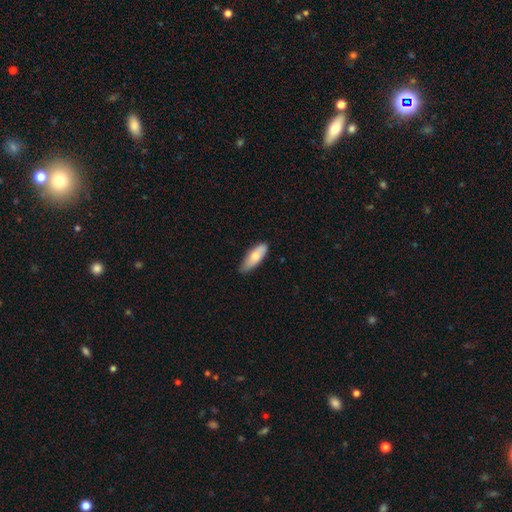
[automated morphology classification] smooth_or_featured: smooth (p=0.77) [alt: featured or disk p=0.18]
how_rounded: in between (p=0.66) [alt: cigar-shaped p=0.32]
merging: none (p=0.76) [alt: minor disturbance p=0.20]